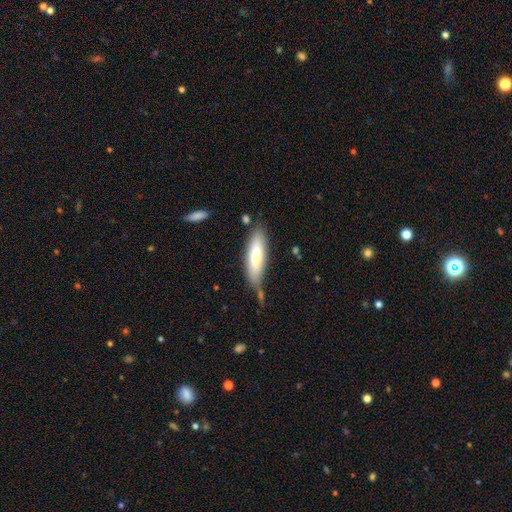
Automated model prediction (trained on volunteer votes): Smooth or featured: smooth — 73% (featured or disk — 21%)
How rounded: cigar-shaped — 60% (in between — 38%)
Merging: none — 67% (minor disturbance — 22%)